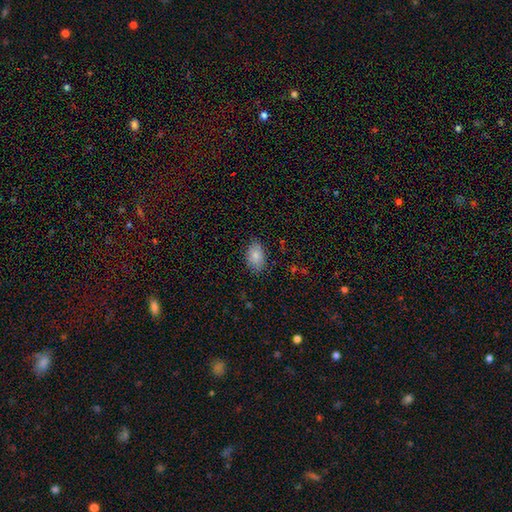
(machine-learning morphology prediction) Smooth or featured: smooth — 84% (featured or disk — 8%)
How rounded: in between — 89% (round — 9%)
Merging: none — 82% (minor disturbance — 14%)